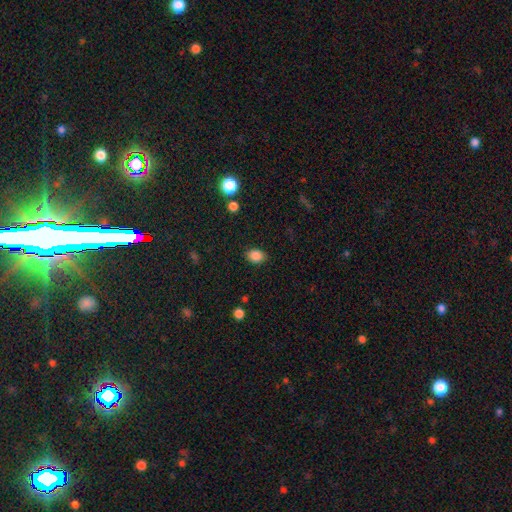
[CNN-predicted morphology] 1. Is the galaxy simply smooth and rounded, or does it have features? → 86% smooth, 10% star or artifact, 4% featured or disk.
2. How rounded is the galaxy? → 63% in between, 36% round, 1% cigar-shaped.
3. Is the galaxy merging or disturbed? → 85% none, 10% minor disturbance, 3% major disturbance, 1% merger.